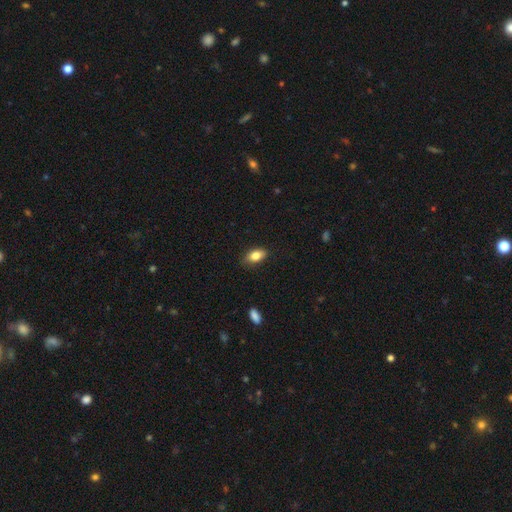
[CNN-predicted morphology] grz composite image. It shows a smooth galaxy with no disk features (82%) that is in between round and cigar-shaped (89%). Merging: none (83%).